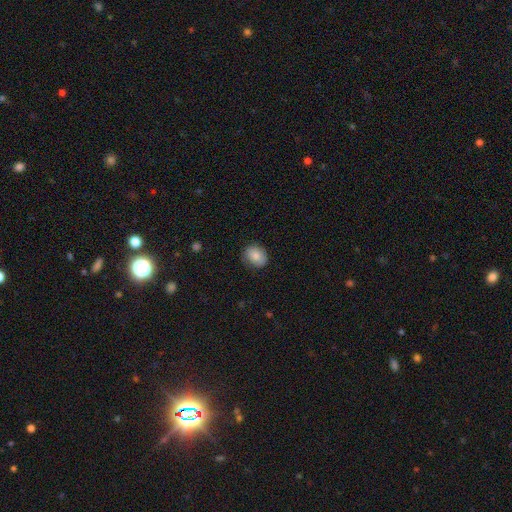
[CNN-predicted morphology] This appears to be a smooth galaxy with no disk features (83%) that is round (53%). Merging: none (84%).